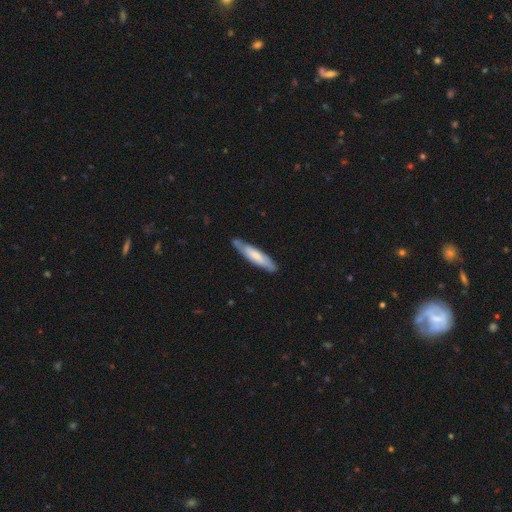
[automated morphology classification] Q: Smooth or featured?
A: smooth (59%); runner-up: featured or disk (36%)
Q: How rounded?
A: cigar-shaped (81%); runner-up: in between (18%)
Q: Merging?
A: none (77%); runner-up: minor disturbance (18%)